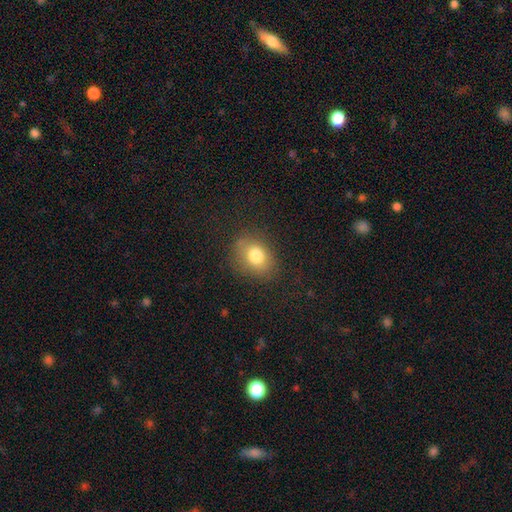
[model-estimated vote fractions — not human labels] A smooth galaxy with no disk features (79%) that is in between round and cigar-shaped (62%).

Vote fractions:
- Smooth or featured? smooth: 79% / star or artifact: 11% / featured or disk: 10%
- How rounded? in between: 62% / round: 37% / cigar-shaped: 1%
- Merging? none: 79% / minor disturbance: 14% / major disturbance: 5% / merger: 1%